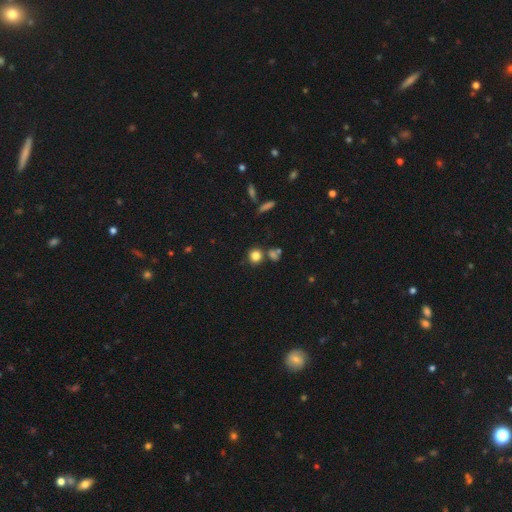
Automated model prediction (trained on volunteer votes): This is clearly a smooth galaxy (81%). How rounded: clearly round (88%). Merging: likely none (74%).